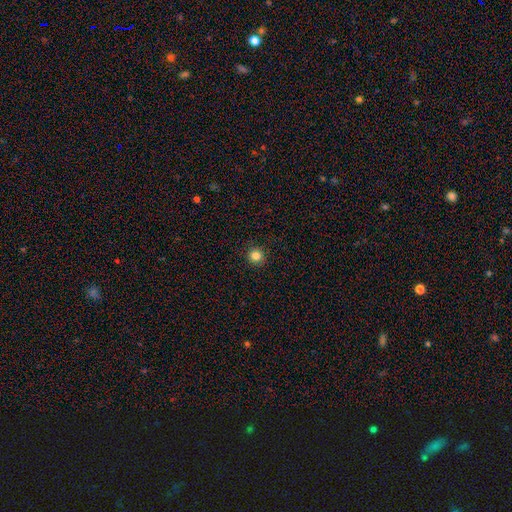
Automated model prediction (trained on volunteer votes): The model was most divided on "smooth or featured": smooth: 84%, star or artifact: 12%, featured or disk: 4%. More confident: how rounded — round (95%); merging — none (92%).